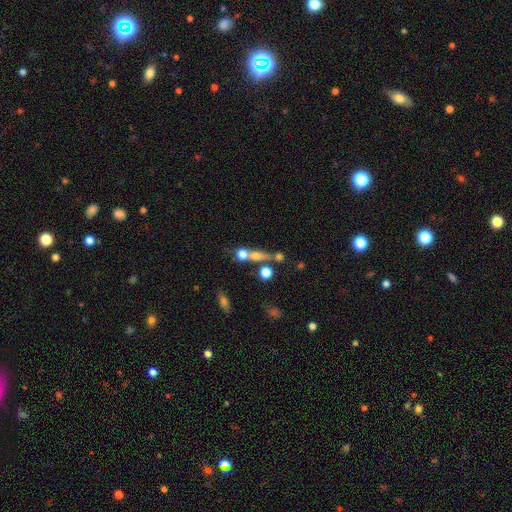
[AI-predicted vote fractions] This appears to be a smooth galaxy with no disk features (53%) that is round (44%). Merging: merger (42%).